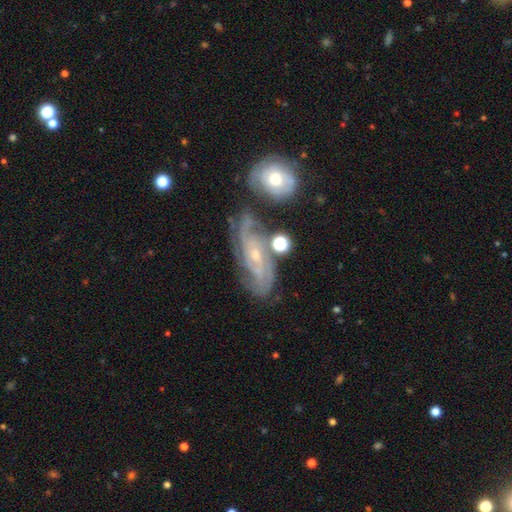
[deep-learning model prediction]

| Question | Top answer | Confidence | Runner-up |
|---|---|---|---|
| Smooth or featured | featured or disk | 86% | smooth (7%) |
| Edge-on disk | no | 94% | yes (6%) |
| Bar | no | 59% | weak (32%) |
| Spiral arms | yes | 96% | no (4%) |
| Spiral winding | tight | 59% | medium (33%) |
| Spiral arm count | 2 | 29% | can't tell (26%) |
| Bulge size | small | 71% | moderate (24%) |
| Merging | none | 62% | minor disturbance (19%) |